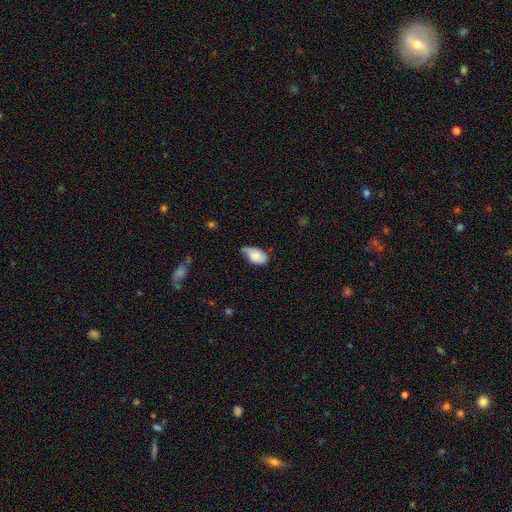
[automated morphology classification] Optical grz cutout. It shows a smooth galaxy with no disk features (71%) that is in between round and cigar-shaped (93%). Merging: minor disturbance (44%).